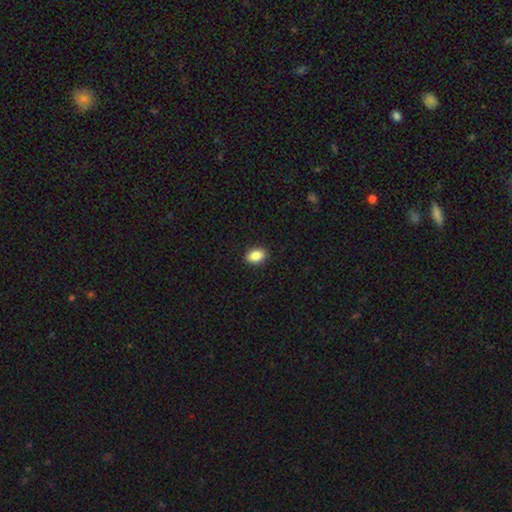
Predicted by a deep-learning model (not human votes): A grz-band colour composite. It shows a smooth galaxy with no disk features (88%) that is in between round and cigar-shaped (83%). Merging: none (91%).